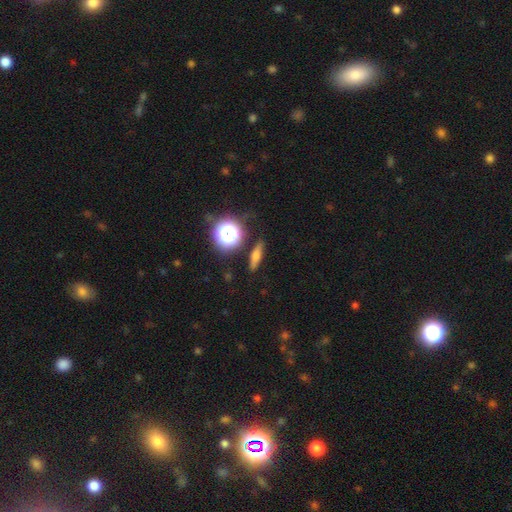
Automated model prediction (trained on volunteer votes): Smooth or featured? Predicted: smooth (p=0.52). How rounded? Predicted: cigar-shaped (p=0.54). Merging? Predicted: none (p=0.84).